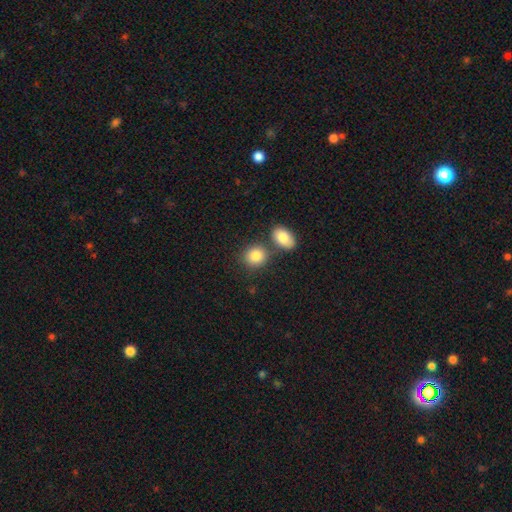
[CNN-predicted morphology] type=smooth (84%); roundness=round (66%); merging=none (61%).